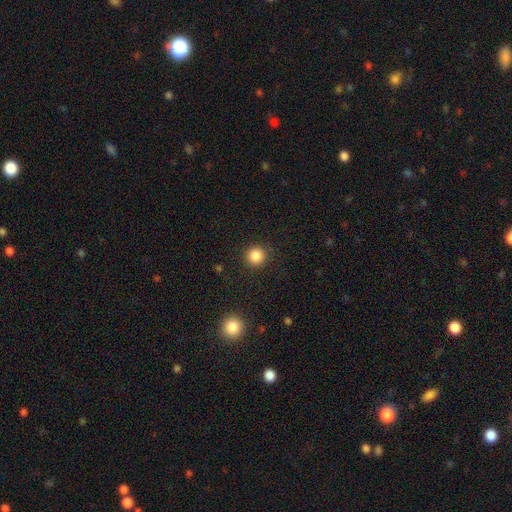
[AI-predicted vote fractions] A smooth galaxy with no disk features (85%) that is round (94%).

Vote fractions:
- Smooth or featured? smooth: 85% / star or artifact: 11% / featured or disk: 4%
- How rounded? round: 94% / in between: 5% / cigar-shaped: 1%
- Merging? none: 91% / minor disturbance: 6% / major disturbance: 2% / merger: 1%